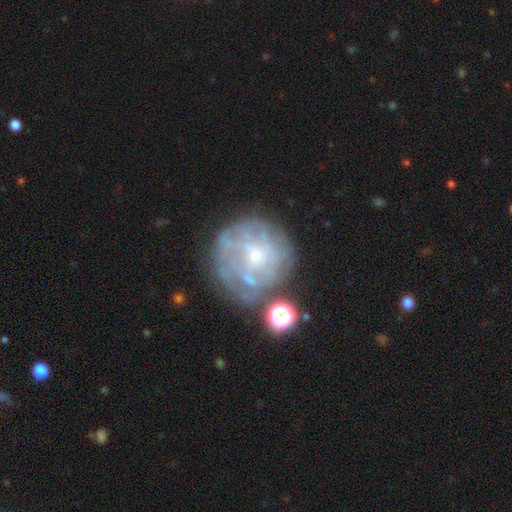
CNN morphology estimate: type=featured or disk (68%); edge-on=no (97%); bar=no (75%); spiral arms=yes (65%); bulge=small (73%); merging=none (61%).